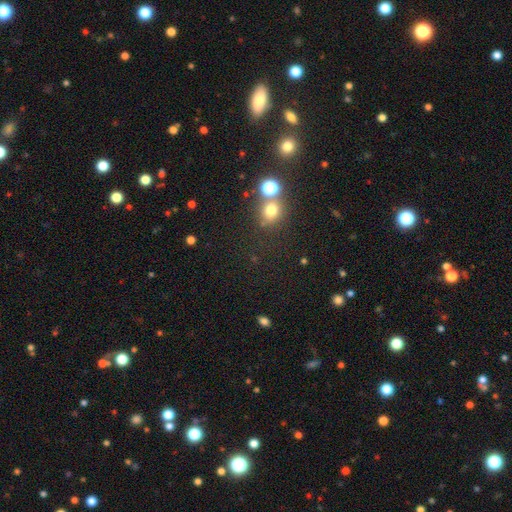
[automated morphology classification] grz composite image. It shows a smooth galaxy with no disk features (53%) that is round (82%). Merging: none (69%).